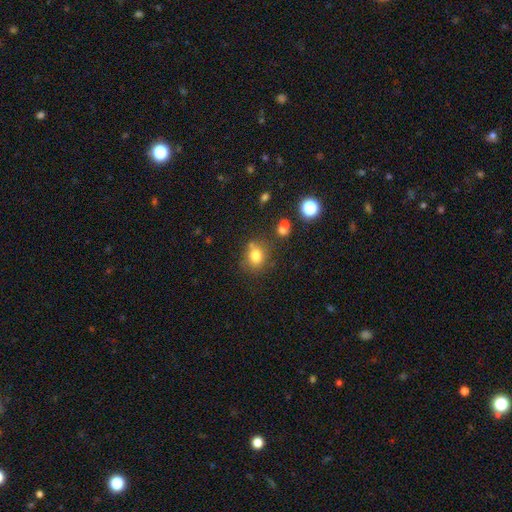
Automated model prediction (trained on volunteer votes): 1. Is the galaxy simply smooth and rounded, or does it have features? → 78% smooth, 13% star or artifact, 9% featured or disk.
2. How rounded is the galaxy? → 59% round, 40% in between, 1% cigar-shaped.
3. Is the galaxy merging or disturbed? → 67% none, 18% minor disturbance, 10% merger, 6% major disturbance.